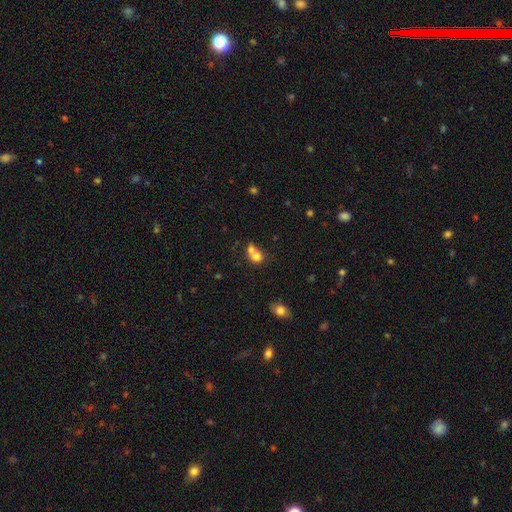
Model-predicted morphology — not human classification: smooth_or_featured: smooth (p=0.72) [alt: featured or disk p=0.16]
how_rounded: round (p=0.71) [alt: in between p=0.28]
merging: merger (p=0.61) [alt: none p=0.29]